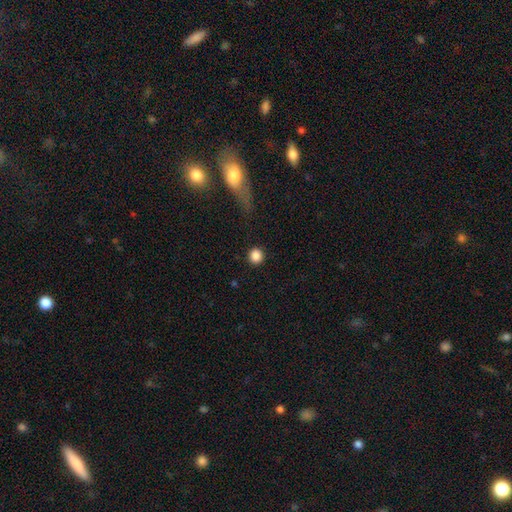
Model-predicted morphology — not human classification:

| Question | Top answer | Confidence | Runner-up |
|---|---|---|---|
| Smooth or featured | smooth | 86% | star or artifact (10%) |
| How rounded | round | 94% | in between (5%) |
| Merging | none | 91% | minor disturbance (5%) |